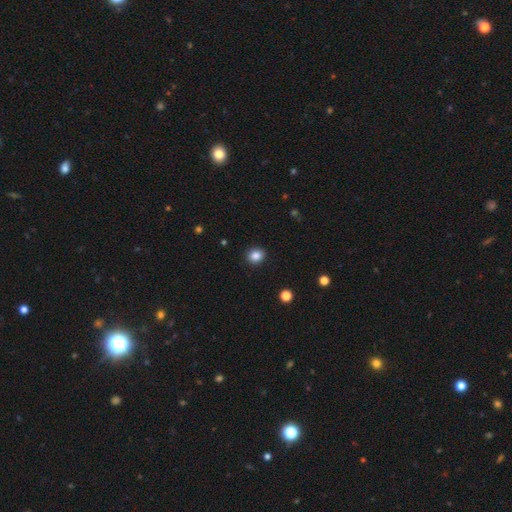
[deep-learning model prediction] A smooth galaxy with no disk features (85%) that is round (75%). Merging: none (91%).